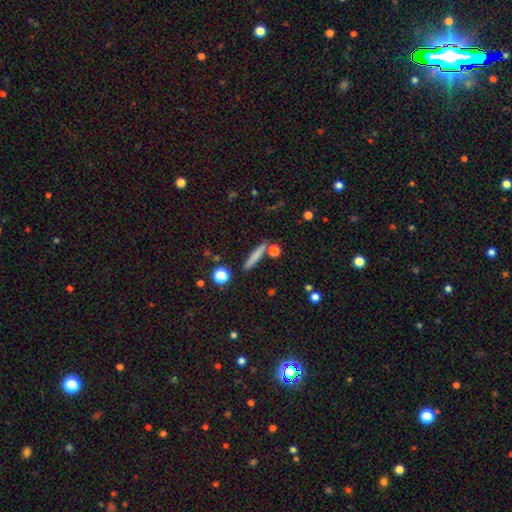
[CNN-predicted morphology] Q: Smooth or featured?
A: smooth (74%); runner-up: featured or disk (18%)
Q: How rounded?
A: cigar-shaped (90%); runner-up: in between (7%)
Q: Merging?
A: none (82%); runner-up: minor disturbance (9%)